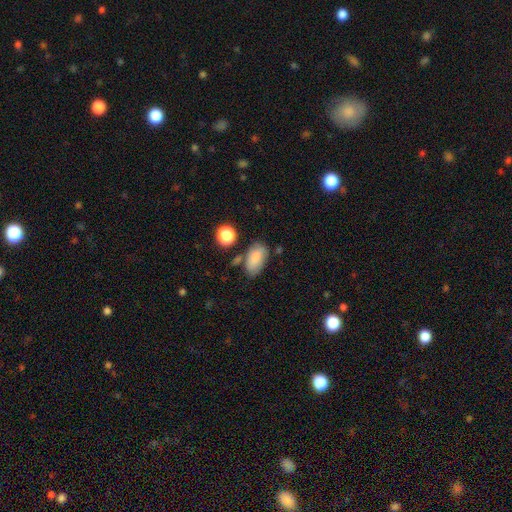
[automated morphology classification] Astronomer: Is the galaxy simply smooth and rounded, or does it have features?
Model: smooth — 80%.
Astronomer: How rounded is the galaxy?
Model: in between — 92%.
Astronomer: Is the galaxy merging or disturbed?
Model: none — 67%.